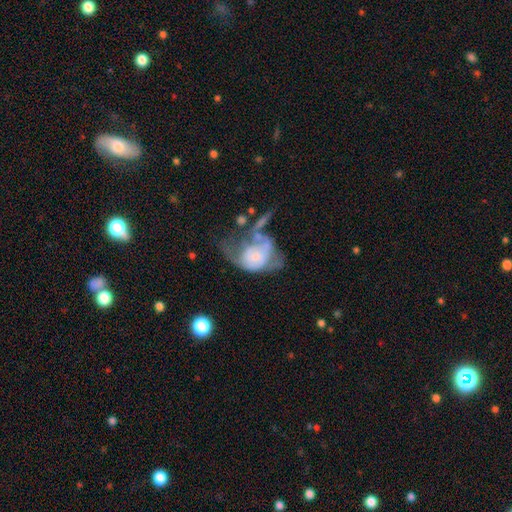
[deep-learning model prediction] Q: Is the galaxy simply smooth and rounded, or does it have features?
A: featured or disk — 52%.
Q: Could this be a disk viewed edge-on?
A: no — 96%.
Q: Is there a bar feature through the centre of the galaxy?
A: no — 83%.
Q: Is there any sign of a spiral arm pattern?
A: no — 66%.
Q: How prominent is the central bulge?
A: small — 33%.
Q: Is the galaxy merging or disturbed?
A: major disturbance — 49%.